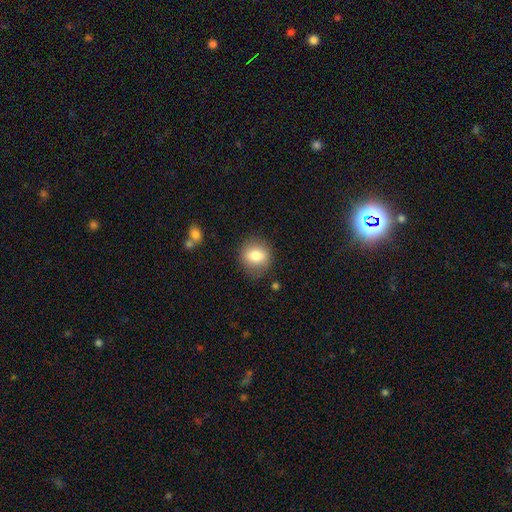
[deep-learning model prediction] Q: Smooth or featured?
A: smooth (80%); runner-up: featured or disk (12%)
Q: How rounded?
A: round (71%); runner-up: in between (28%)
Q: Merging?
A: none (82%); runner-up: minor disturbance (12%)